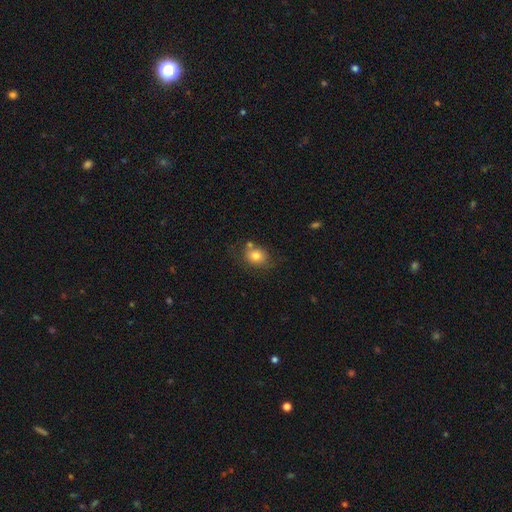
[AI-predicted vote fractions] A smooth galaxy with no disk features (78%) that is round (53%).

Vote fractions:
- Smooth or featured? smooth: 78% / featured or disk: 12% / star or artifact: 10%
- How rounded? round: 53% / in between: 46% / cigar-shaped: 1%
- Merging? none: 63% / minor disturbance: 19% / merger: 13% / major disturbance: 6%